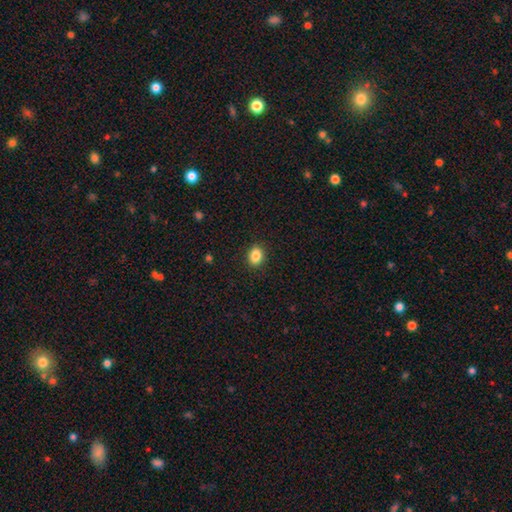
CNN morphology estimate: This appears to be a smooth galaxy with no disk features (86%) that is in between round and cigar-shaped (62%). Merging: none (90%).